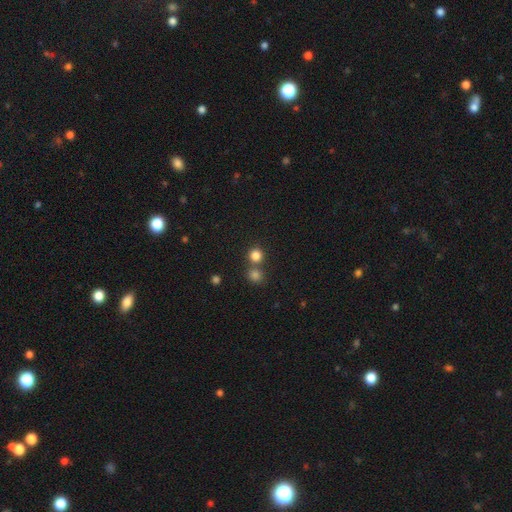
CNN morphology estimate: Smooth or featured: smooth — 81% (star or artifact — 14%)
How rounded: round — 91% (in between — 8%)
Merging: none — 64% (merger — 27%)